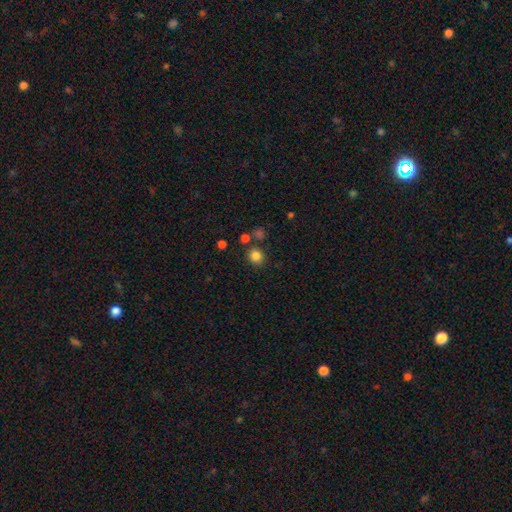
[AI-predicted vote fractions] Smooth or featured? Predicted: smooth (p=0.83). How rounded? Predicted: round (p=0.82). Merging? Predicted: none (p=0.79).